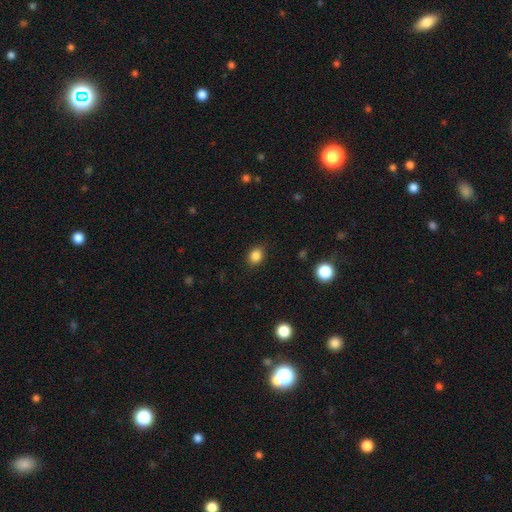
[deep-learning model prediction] This appears to be a smooth galaxy with no disk features (85%) that is round (56%). Merging: none (87%).